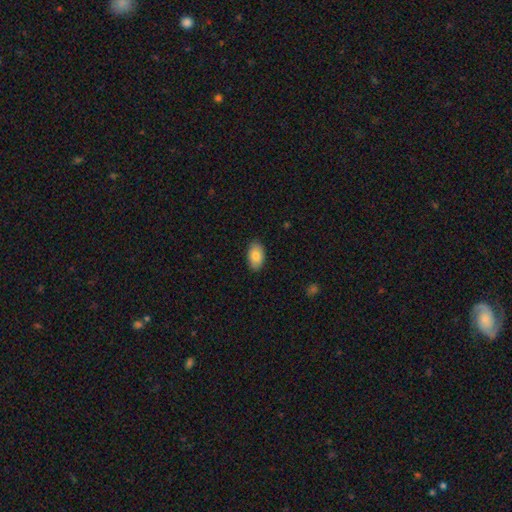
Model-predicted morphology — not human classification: Q: Smooth or featured?
A: smooth (83%); runner-up: featured or disk (11%)
Q: How rounded?
A: in between (93%); runner-up: round (6%)
Q: Merging?
A: none (87%); runner-up: minor disturbance (10%)